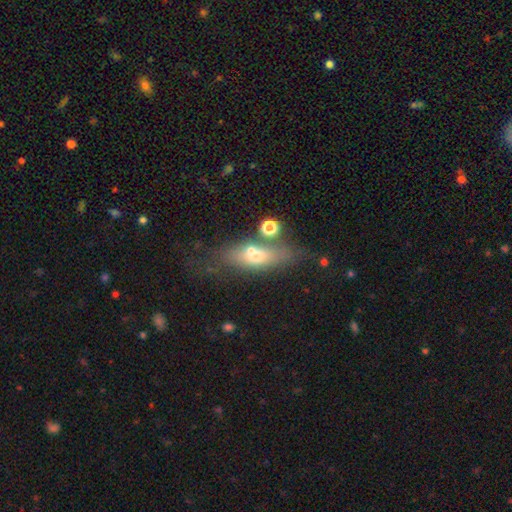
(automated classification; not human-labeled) A smooth galaxy with no disk features (52%) that is in between round and cigar-shaped (56%).

Vote fractions:
- Smooth or featured? smooth: 52% / featured or disk: 37% / star or artifact: 11%
- How rounded? in between: 56% / cigar-shaped: 36% / round: 9%
- Merging? none: 51% / merger: 23% / minor disturbance: 17% / major disturbance: 10%